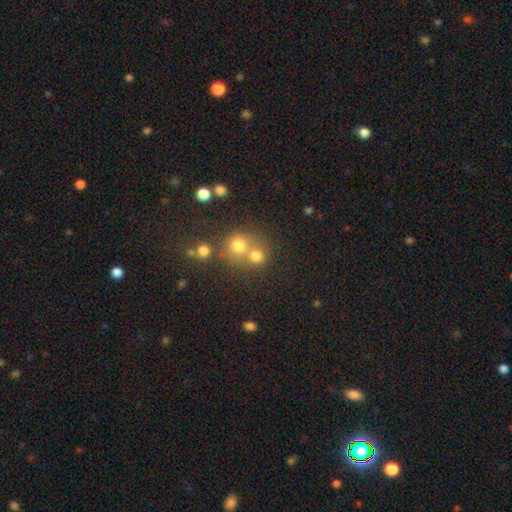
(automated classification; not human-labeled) A smooth galaxy with no disk features (73%) that is round (85%). Merging: none (48%).